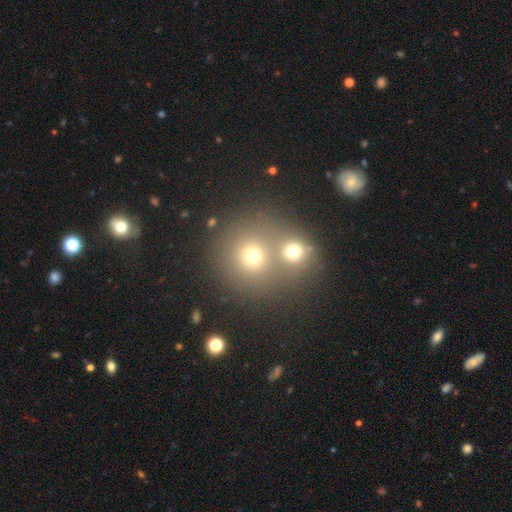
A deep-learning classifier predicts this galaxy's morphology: smooth-or-featured: smooth: 57% | star or artifact: 28% | featured or disk: 15%
  how-rounded: round: 89% | in between: 10% | cigar-shaped: 1%
  merging: none: 50% | merger: 41% | minor disturbance: 6% | major disturbance: 3%